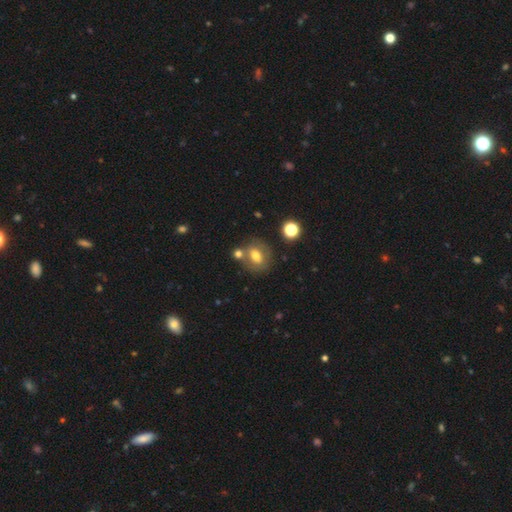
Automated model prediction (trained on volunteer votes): Smooth or featured?
  - smooth: 65% *
  - featured or disk: 23%
  - star or artifact: 12%
How rounded?
  - in between: 51% *
  - round: 47%
  - cigar-shaped: 2%
Merging?
  - none: 61% *
  - merger: 21%
  - minor disturbance: 13%
  - major disturbance: 5%